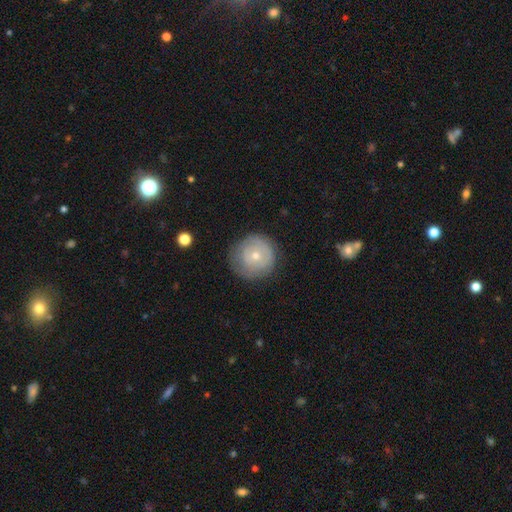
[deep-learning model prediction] smooth_or_featured: smooth (p=0.54) [alt: featured or disk p=0.38]
how_rounded: round (p=0.93) [alt: in between p=0.06]
merging: none (p=0.73) [alt: minor disturbance p=0.19]